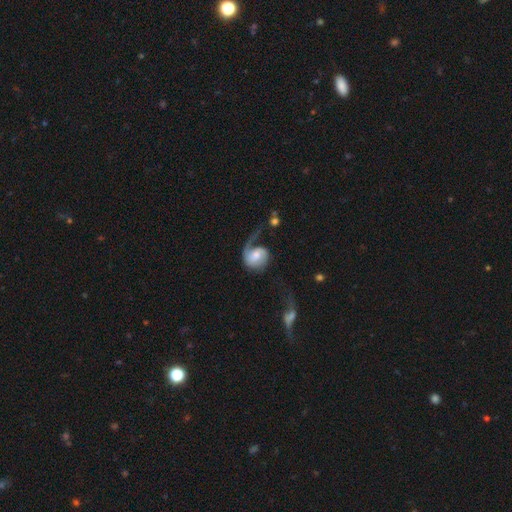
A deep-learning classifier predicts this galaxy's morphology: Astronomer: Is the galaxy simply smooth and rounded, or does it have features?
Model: featured or disk — 66%.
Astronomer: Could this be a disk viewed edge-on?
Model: no — 97%.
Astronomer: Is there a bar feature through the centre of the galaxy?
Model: no — 58% (runner-up: weak, 34%).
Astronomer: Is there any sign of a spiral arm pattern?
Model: yes — 91%.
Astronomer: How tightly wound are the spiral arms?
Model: loose — 49% (runner-up: medium, 32%).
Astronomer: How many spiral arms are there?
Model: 1 — 58% (runner-up: 2, 35%).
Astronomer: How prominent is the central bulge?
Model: moderate — 48% (runner-up: small, 30%).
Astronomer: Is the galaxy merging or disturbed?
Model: major disturbance — 40% (runner-up: none, 36%).